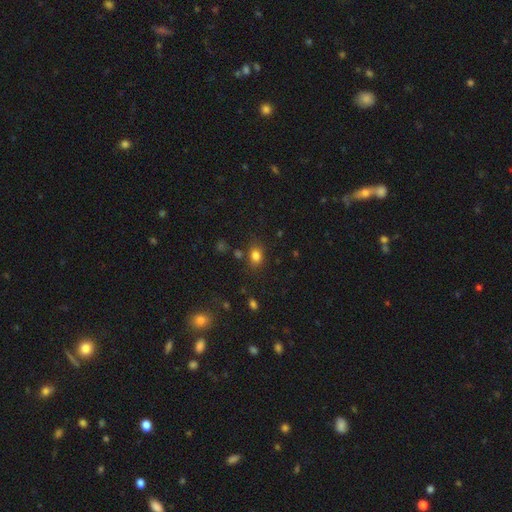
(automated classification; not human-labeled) smooth 80%, star or artifact 13%, featured or disk 7%. Down the decision tree: how rounded — in between (63%); merging — none (76%).